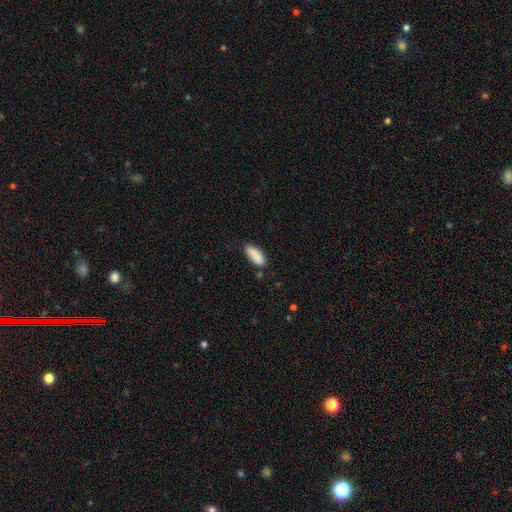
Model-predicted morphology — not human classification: smooth 89%, star or artifact 7%, featured or disk 5%. Down the decision tree: how rounded — in between (78%); merging — none (76%).